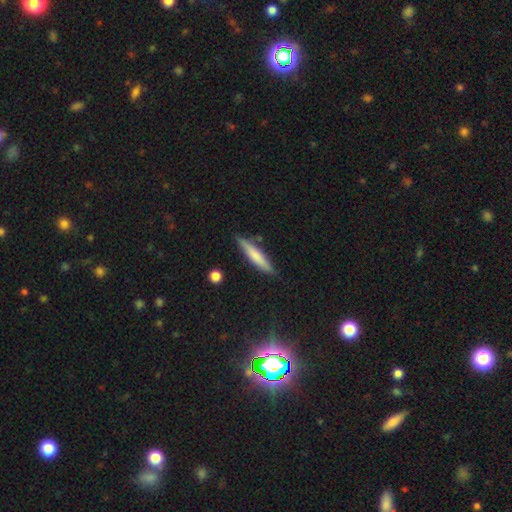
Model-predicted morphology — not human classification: Q: Smooth or featured?
A: smooth (66%); runner-up: featured or disk (28%)
Q: How rounded?
A: cigar-shaped (89%); runner-up: in between (10%)
Q: Merging?
A: none (82%); runner-up: minor disturbance (13%)